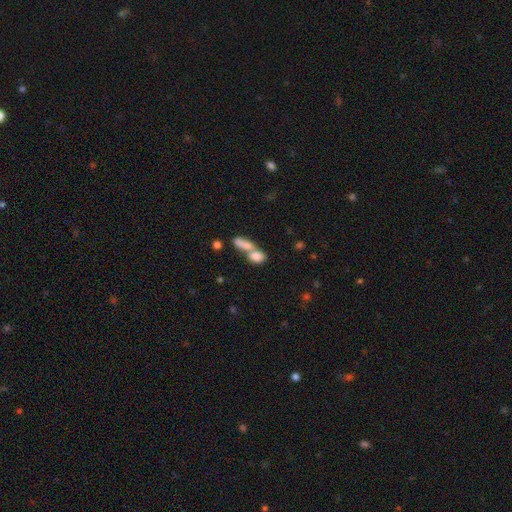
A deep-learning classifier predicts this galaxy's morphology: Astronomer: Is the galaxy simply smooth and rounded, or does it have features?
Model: smooth — 78%.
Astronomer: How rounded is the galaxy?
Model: in between — 70%.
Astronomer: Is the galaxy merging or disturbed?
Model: merger — 68%.